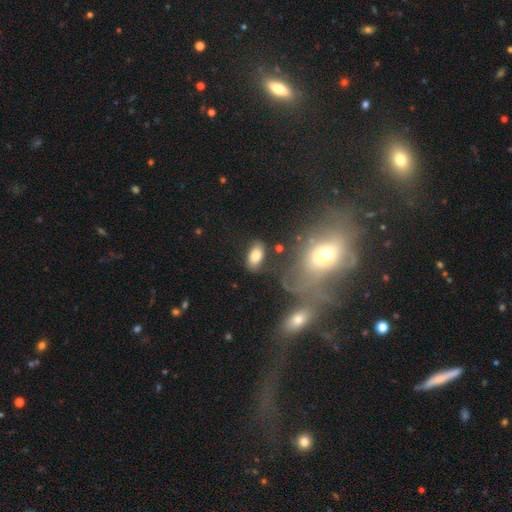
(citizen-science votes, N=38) Smooth or featured? 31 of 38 (82%) said smooth. How rounded? 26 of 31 (84%) said in between. Merging? 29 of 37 (78%) said none.